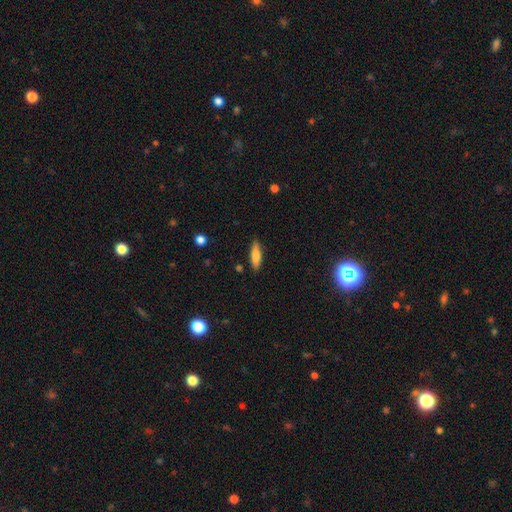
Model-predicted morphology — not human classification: smooth 76%, featured or disk 17%, star or artifact 6%. Down the decision tree: how rounded — cigar-shaped (57%); merging — none (86%).